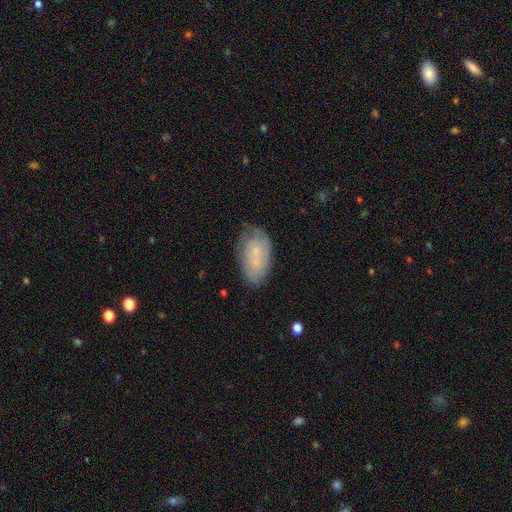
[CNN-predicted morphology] smooth-or-featured: smooth: 48% | featured or disk: 44% | star or artifact: 8%
  merging: none: 64% | minor disturbance: 26% | major disturbance: 8% | merger: 3%